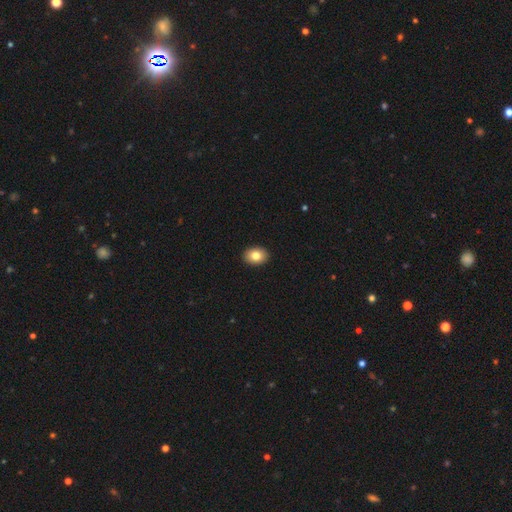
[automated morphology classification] type=smooth (81%); roundness=in between (70%); merging=none (92%).